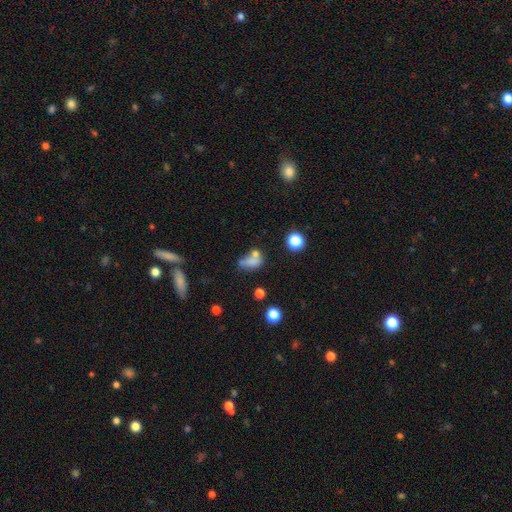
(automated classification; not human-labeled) This is likely a smooth galaxy (67%). How rounded: likely in between (70%). Merging: marginally none (35%).